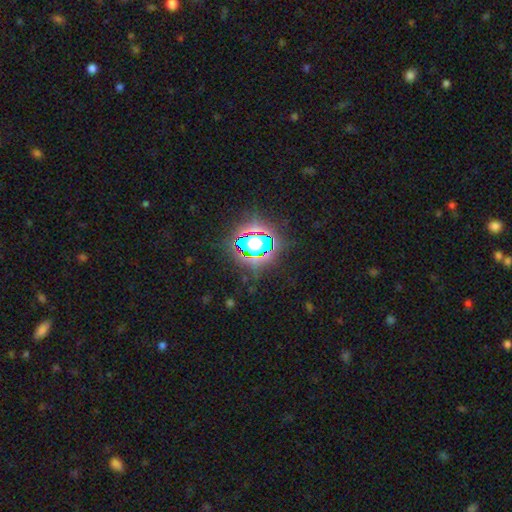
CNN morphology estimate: Smooth or featured?
  - star or artifact: 80% *
  - smooth: 13%
  - featured or disk: 8%